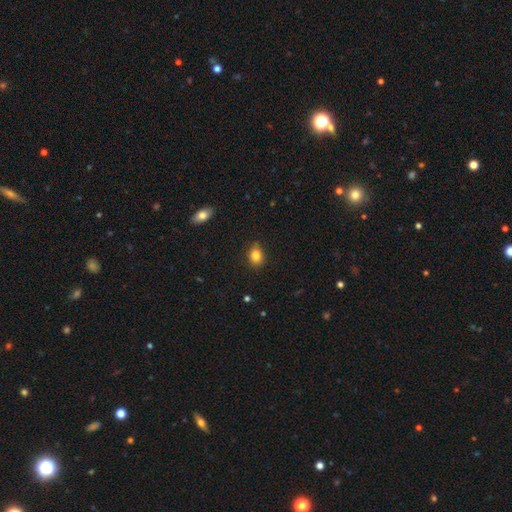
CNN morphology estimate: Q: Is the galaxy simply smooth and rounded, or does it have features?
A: smooth — 83%.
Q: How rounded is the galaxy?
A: in between — 58%.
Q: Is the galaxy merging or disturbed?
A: none — 82%.